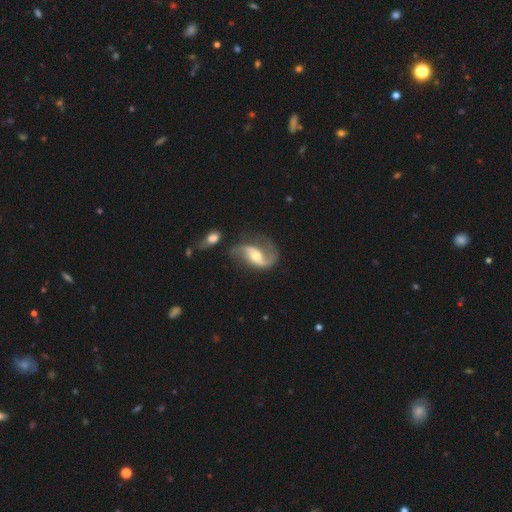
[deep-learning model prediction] Overall: featured or disk (88%). Edge-on disk: no (97%). Bar: weak (40%; no 37%). Spiral arms: yes (96%). Spiral arm count: 2 (88%). Spiral winding: loose (65%; medium 28%). Bulge size: moderate (60%; small 30%). Merging: none (56%; minor disturbance 19%).